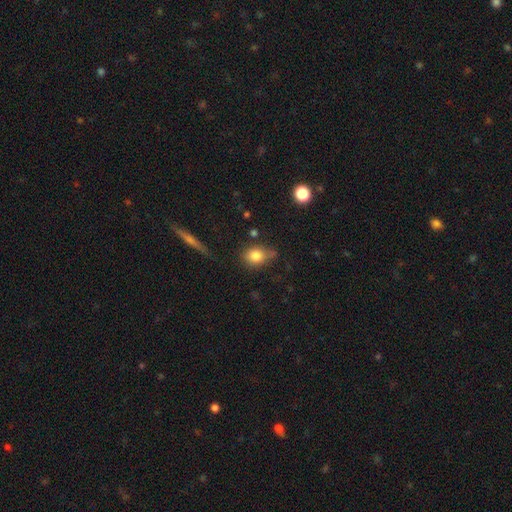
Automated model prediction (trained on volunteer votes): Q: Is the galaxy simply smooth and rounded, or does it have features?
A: smooth — 81%.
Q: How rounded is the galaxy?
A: round — 50%.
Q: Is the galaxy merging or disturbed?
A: none — 63%.